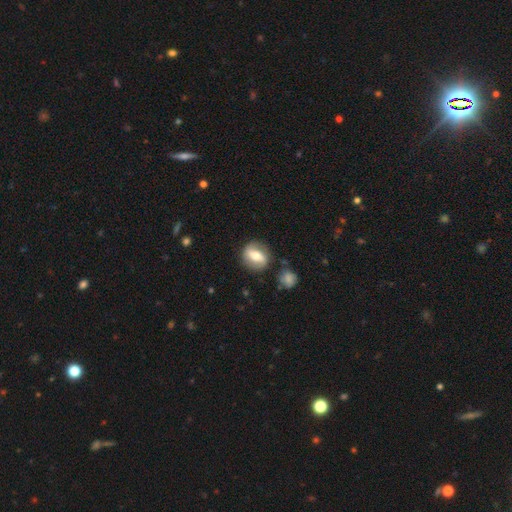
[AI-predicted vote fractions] Smooth or featured? Predicted: featured or disk (p=0.52). Edge-on disk? Predicted: no (p=0.86). Merging? Predicted: none (p=0.80).